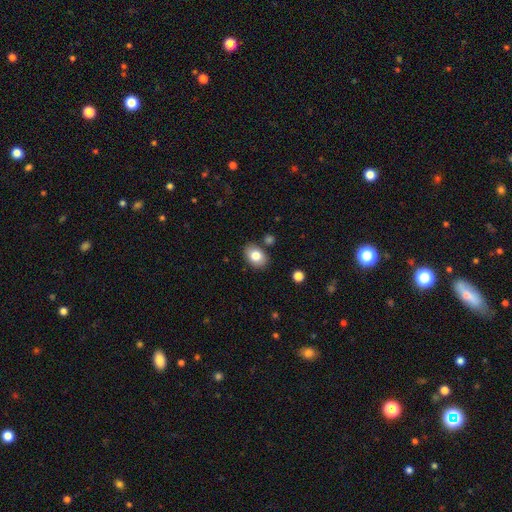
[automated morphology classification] Overall: smooth (81%). How rounded: in between (74%). Merging: none (82%).